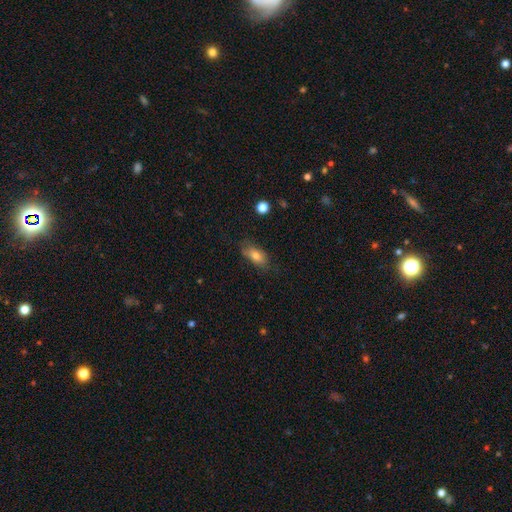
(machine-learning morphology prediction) Smooth or featured? Predicted: smooth (p=0.76). How rounded? Predicted: in between (p=0.84). Merging? Predicted: none (p=0.69).